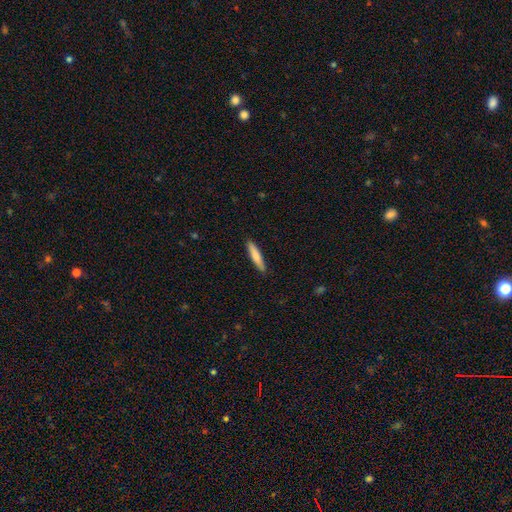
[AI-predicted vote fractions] Morphology: type=smooth (75%); roundness=cigar-shaped (89%); merging=none (89%).